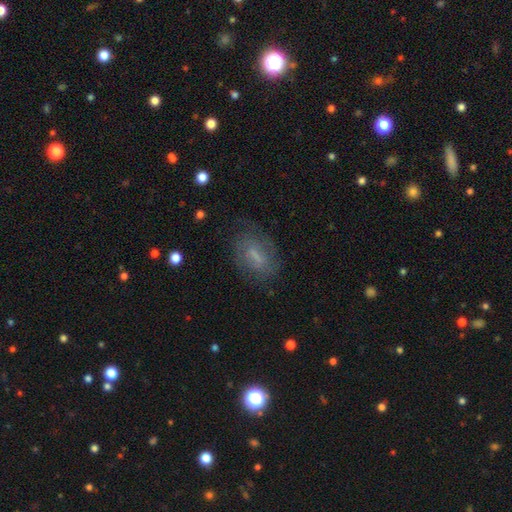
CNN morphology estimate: This is possibly a smooth galaxy (47%). Merging: likely none (70%).